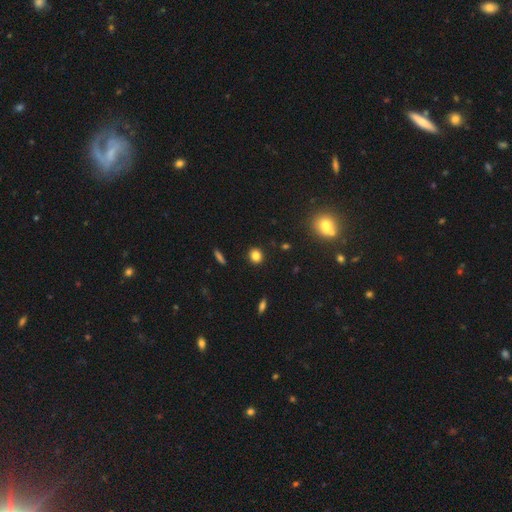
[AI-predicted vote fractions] This is clearly a smooth galaxy (83%). How rounded: clearly round (82%). Merging: clearly none (90%).